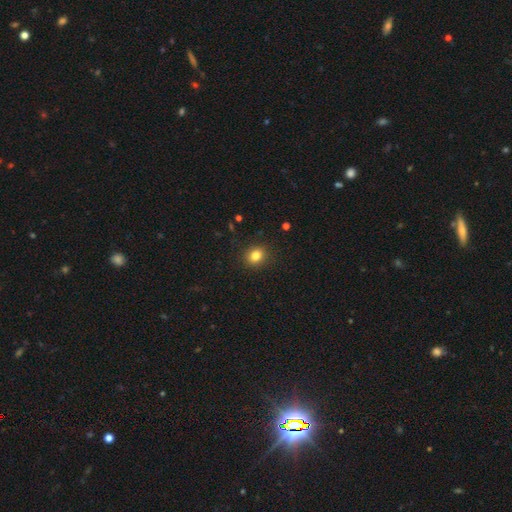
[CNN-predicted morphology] smooth_or_featured: smooth (p=0.83) [alt: star or artifact p=0.11]
how_rounded: round (p=0.69) [alt: in between p=0.30]
merging: none (p=0.90) [alt: minor disturbance p=0.07]